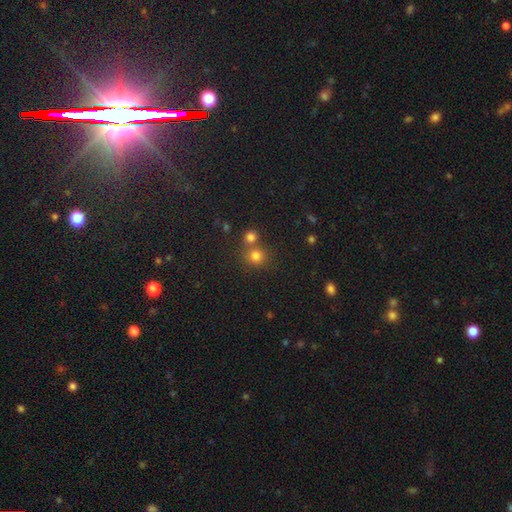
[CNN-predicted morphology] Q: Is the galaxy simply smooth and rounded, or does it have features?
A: smooth — 78%.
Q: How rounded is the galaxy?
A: round — 89%.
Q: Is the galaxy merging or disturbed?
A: none — 61%.